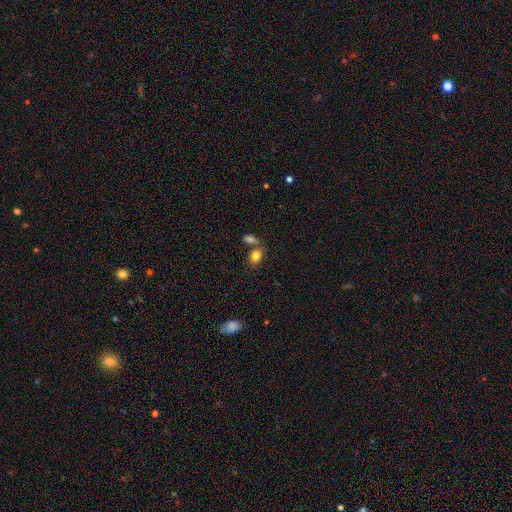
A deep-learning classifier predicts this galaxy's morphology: This is clearly a smooth galaxy (82%). How rounded: likely in between (74%). Merging: possibly none (55%).